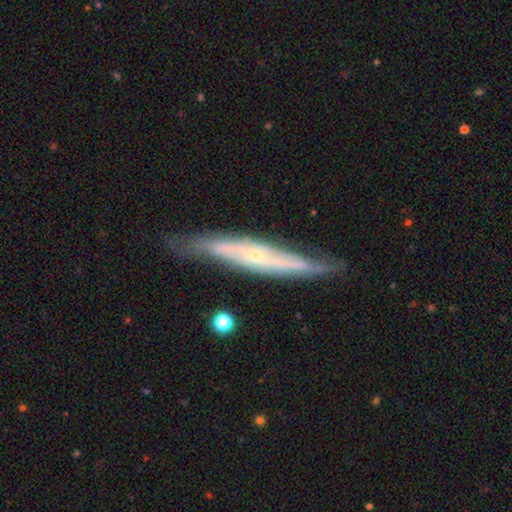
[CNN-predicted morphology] This appears to be a featured or disk galaxy (74%) viewed edge-on (71%) with a rounded central bulge (60%). Merging: none (75%).